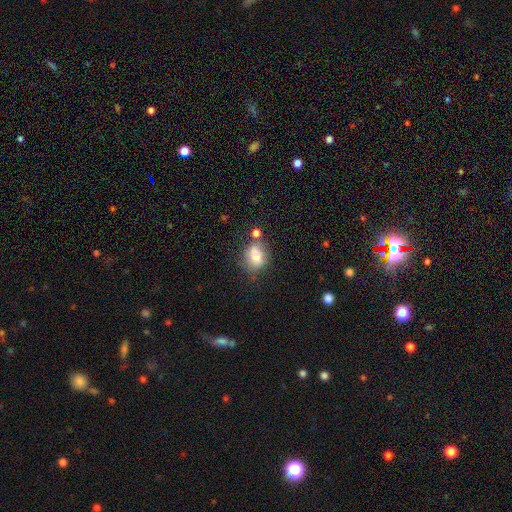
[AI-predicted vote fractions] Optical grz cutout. It shows a smooth galaxy with no disk features (77%) that is in between round and cigar-shaped (56%). Merging: none (58%).